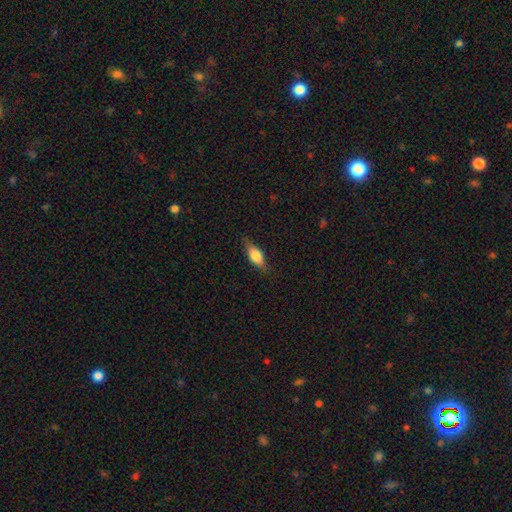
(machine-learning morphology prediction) This appears to be a smooth galaxy with no disk features (68%) that is in between round and cigar-shaped (74%). Merging: none (80%).